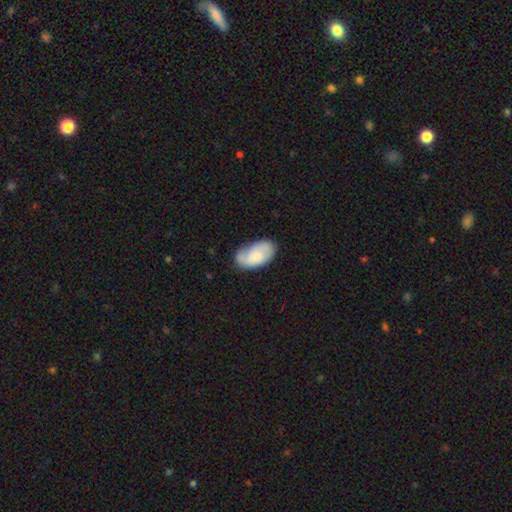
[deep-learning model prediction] Smooth or featured? Predicted: smooth (p=0.67). How rounded? Predicted: in between (p=0.95). Merging? Predicted: none (p=0.55).